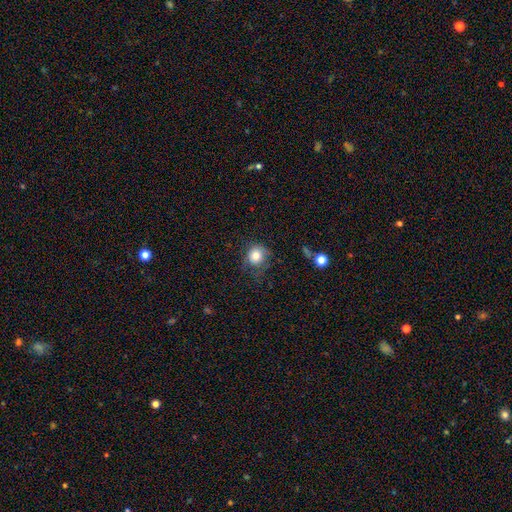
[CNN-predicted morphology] smooth-or-featured: smooth: 80% | star or artifact: 10% | featured or disk: 10%
  how-rounded: round: 84% | in between: 15% | cigar-shaped: 1%
  merging: none: 57% | minor disturbance: 25% | major disturbance: 15% | merger: 2%